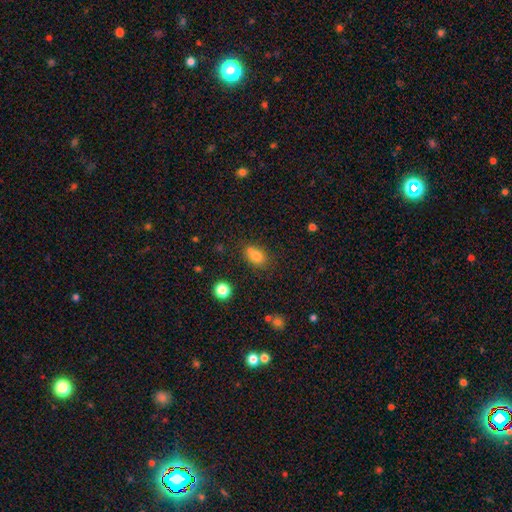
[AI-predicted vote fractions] smooth-or-featured: smooth: 77% | star or artifact: 12% | featured or disk: 11%
  how-rounded: in between: 67% | round: 31% | cigar-shaped: 2%
  merging: none: 55% | merger: 22% | minor disturbance: 17% | major disturbance: 5%